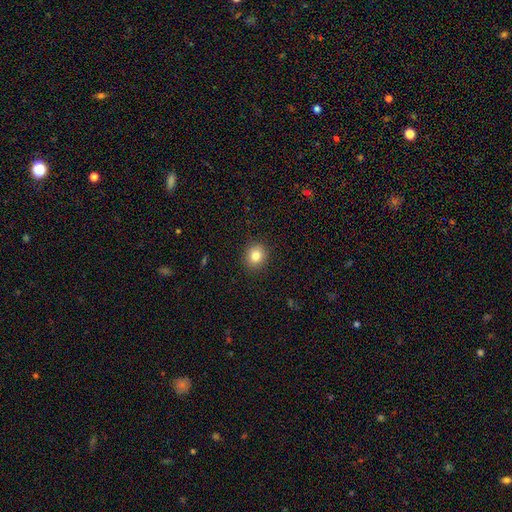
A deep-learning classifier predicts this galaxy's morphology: Smooth or featured? Predicted: smooth (p=0.83). How rounded? Predicted: round (p=0.77). Merging? Predicted: none (p=0.90).